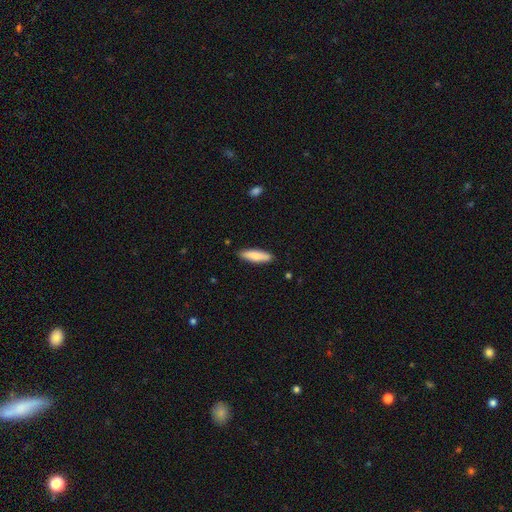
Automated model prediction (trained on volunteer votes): Overall: smooth (82%). How rounded: cigar-shaped (64%; in between 34%). Merging: none (88%).